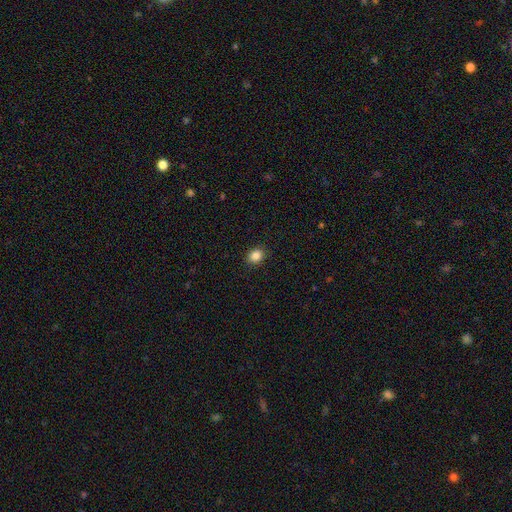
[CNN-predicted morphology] Smooth or featured? Predicted: smooth (p=0.85). How rounded? Predicted: round (p=0.65). Merging? Predicted: none (p=0.90).